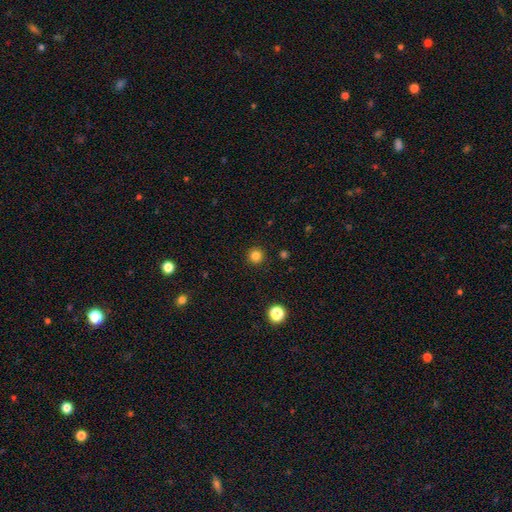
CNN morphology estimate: A smooth galaxy with no disk features (83%) that is round (96%).

Vote fractions:
- Smooth or featured? smooth: 83% / star or artifact: 13% / featured or disk: 4%
- How rounded? round: 96% / in between: 3% / cigar-shaped: 1%
- Merging? none: 93% / minor disturbance: 5% / major disturbance: 2% / merger: 1%